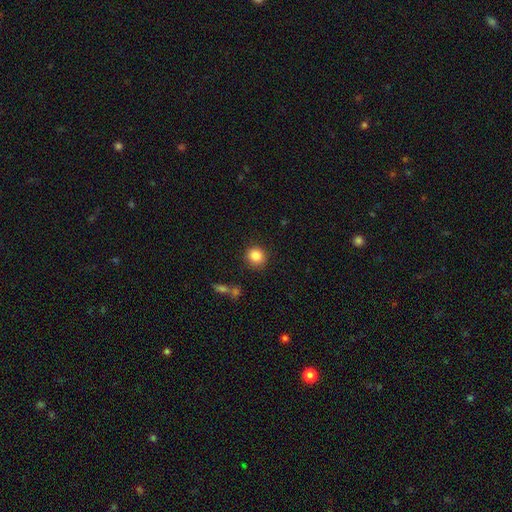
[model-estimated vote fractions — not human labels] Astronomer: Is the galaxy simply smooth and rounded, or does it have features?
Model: smooth — 86%.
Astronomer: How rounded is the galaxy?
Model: round — 89%.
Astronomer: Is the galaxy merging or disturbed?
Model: none — 87%.